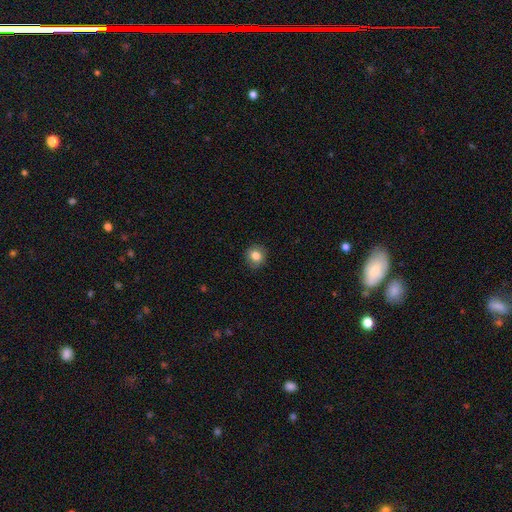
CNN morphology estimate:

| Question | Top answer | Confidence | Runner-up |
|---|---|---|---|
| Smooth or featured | smooth | 82% | star or artifact (10%) |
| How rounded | round | 84% | in between (15%) |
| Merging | none | 87% | minor disturbance (10%) |